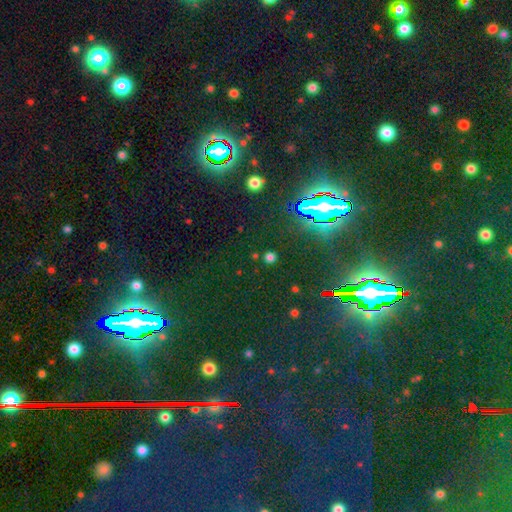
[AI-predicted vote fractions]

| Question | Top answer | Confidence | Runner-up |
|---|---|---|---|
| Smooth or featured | star or artifact | 77% | smooth (15%) |